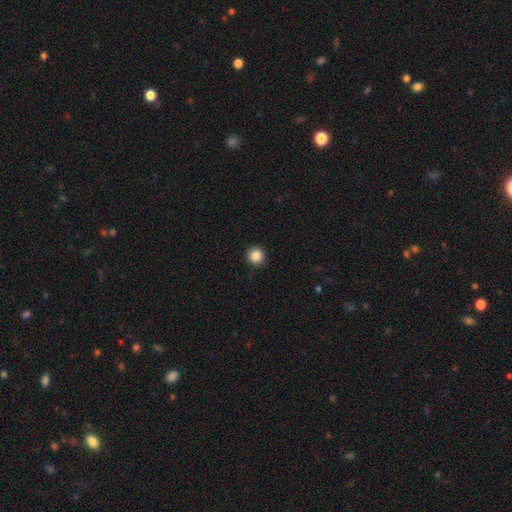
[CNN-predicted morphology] Smooth or featured?
  - smooth: 86% *
  - star or artifact: 10%
  - featured or disk: 4%
How rounded?
  - round: 94% *
  - in between: 5%
  - cigar-shaped: 1%
Merging?
  - none: 92% *
  - minor disturbance: 5%
  - major disturbance: 2%
  - merger: 1%